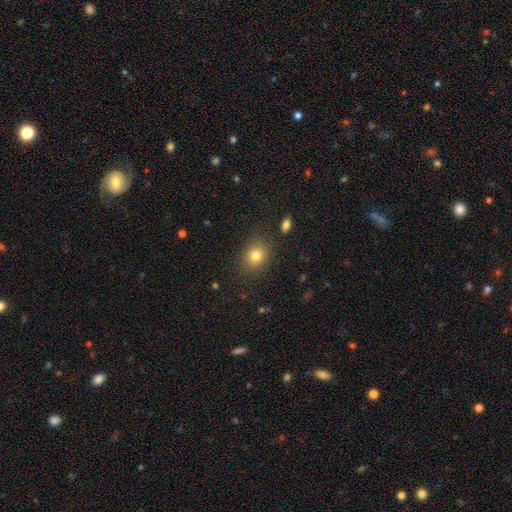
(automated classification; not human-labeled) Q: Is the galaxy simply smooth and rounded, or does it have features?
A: smooth — 79%.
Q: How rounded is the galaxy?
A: round — 56%.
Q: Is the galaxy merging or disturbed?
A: none — 85%.